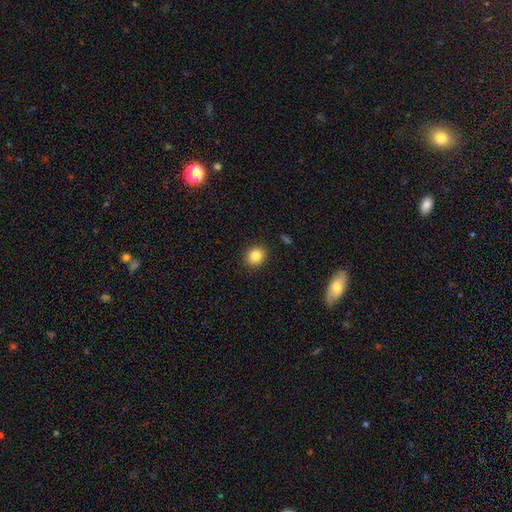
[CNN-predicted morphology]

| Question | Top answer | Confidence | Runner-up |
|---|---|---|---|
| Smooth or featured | smooth | 84% | star or artifact (10%) |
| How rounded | round | 81% | in between (19%) |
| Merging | none | 90% | minor disturbance (6%) |